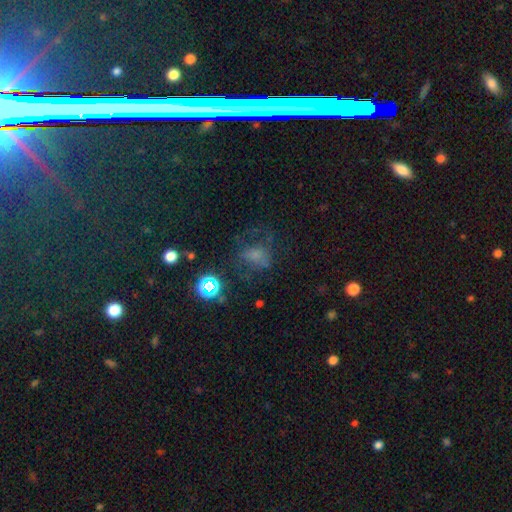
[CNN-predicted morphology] This appears to be a smooth galaxy with no disk features (46%). Merging: none (44%).